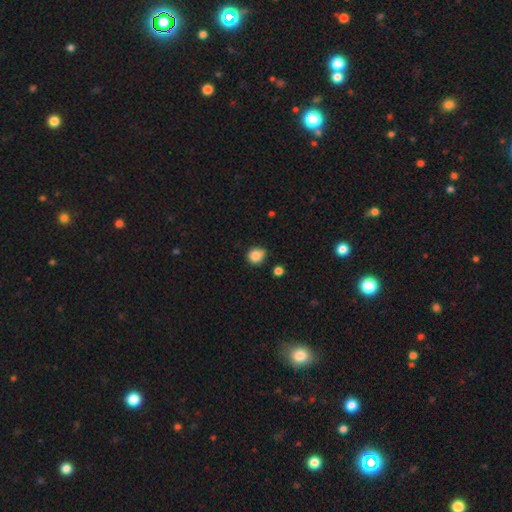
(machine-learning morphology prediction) Q: Smooth or featured?
A: smooth (86%); runner-up: star or artifact (10%)
Q: How rounded?
A: round (82%); runner-up: in between (17%)
Q: Merging?
A: none (71%); runner-up: minor disturbance (22%)